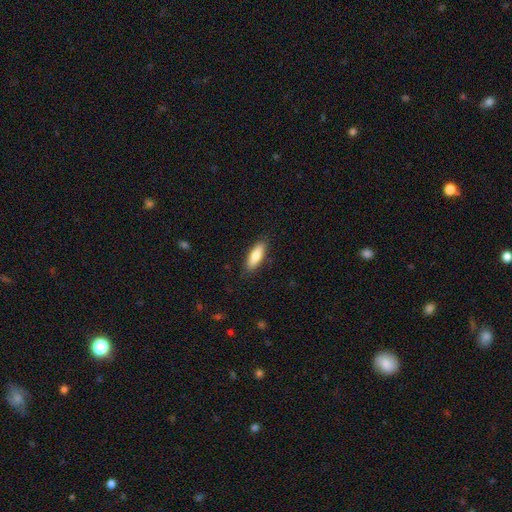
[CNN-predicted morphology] smooth 77%, featured or disk 17%, star or artifact 6%. Down the decision tree: how rounded — in between (57%); merging — none (87%).